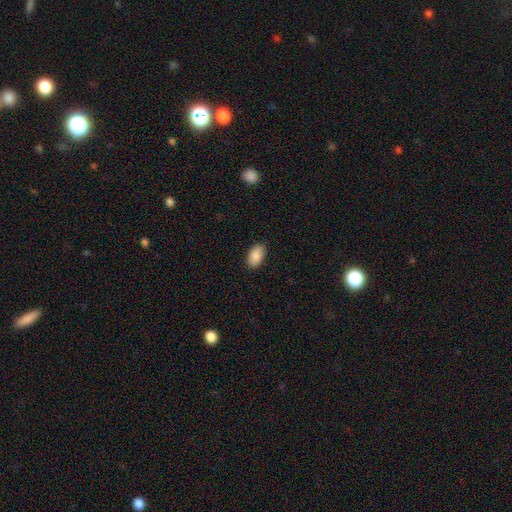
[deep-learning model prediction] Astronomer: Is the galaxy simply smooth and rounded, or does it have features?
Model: smooth — 89%.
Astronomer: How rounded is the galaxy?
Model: in between — 93%.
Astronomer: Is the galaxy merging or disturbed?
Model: none — 89%.